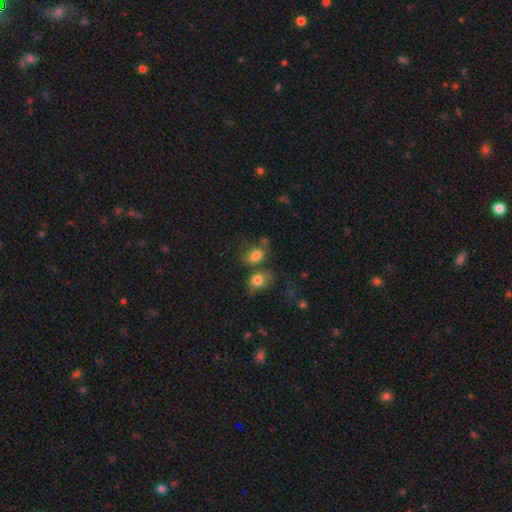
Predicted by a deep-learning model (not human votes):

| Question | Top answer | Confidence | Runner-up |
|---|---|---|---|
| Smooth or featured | smooth | 79% | featured or disk (11%) |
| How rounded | in between | 68% | round (30%) |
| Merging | none | 40% | merger (32%) |